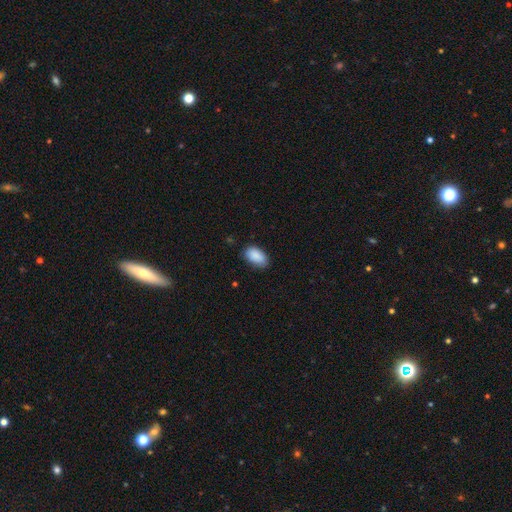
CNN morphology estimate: The model was most divided on "merging": none: 79%, minor disturbance: 17%, major disturbance: 3%, merger: 1%. More confident: how rounded — in between (94%); smooth or featured — smooth (90%).